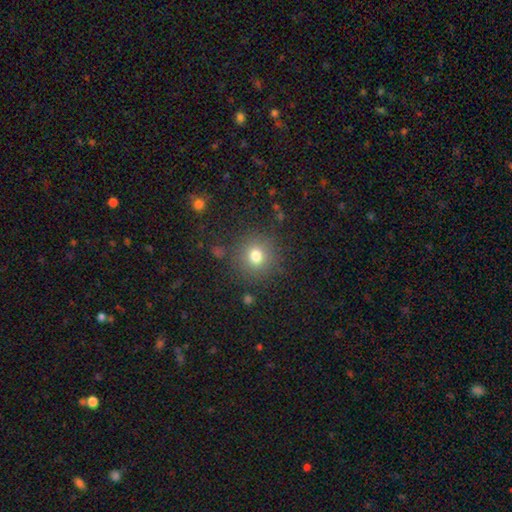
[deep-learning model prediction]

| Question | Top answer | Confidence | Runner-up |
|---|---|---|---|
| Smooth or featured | smooth | 76% | star or artifact (15%) |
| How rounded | round | 91% | in between (8%) |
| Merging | none | 85% | minor disturbance (9%) |